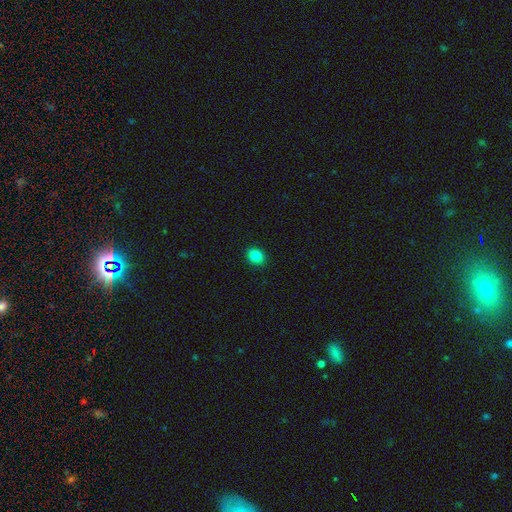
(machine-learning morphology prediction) Q: Smooth or featured?
A: smooth (83%); runner-up: star or artifact (11%)
Q: How rounded?
A: round (58%); runner-up: in between (41%)
Q: Merging?
A: none (91%); runner-up: minor disturbance (6%)